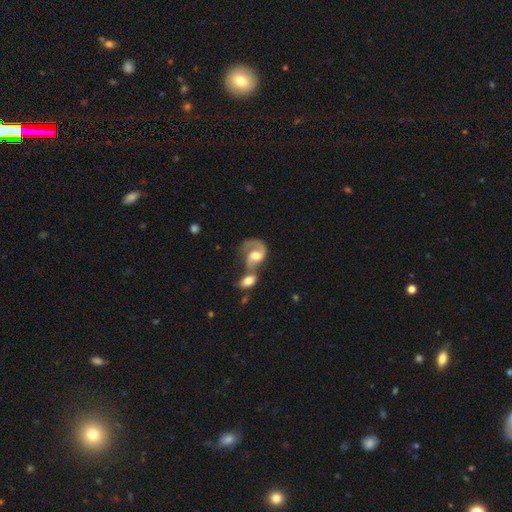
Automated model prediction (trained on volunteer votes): This appears to be a featured or disk galaxy (77%) with no bar (49%), 2 (57%) medium (46%) spiral arms (92%) and a moderate central bulge (62%). Merging: merger (66%).